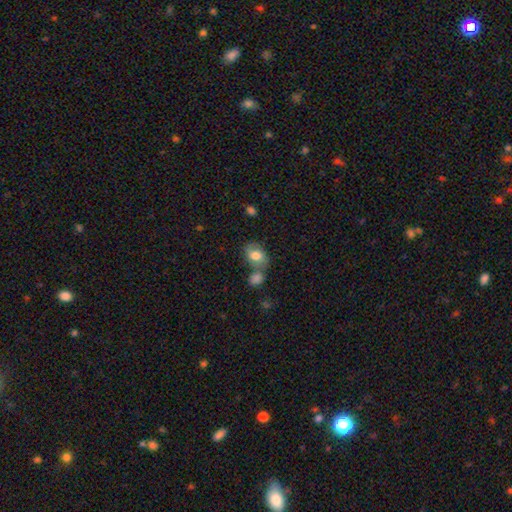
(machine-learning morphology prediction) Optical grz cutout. It shows a smooth galaxy with no disk features (69%) that is in between round and cigar-shaped (74%). Merging: none (45%).